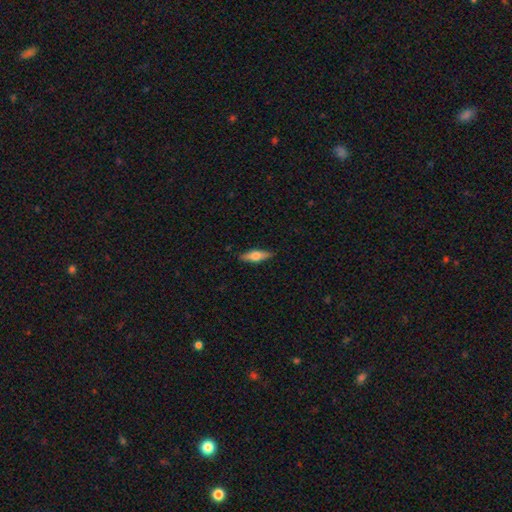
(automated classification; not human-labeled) smooth_or_featured: smooth (p=0.53) [alt: featured or disk p=0.41]
how_rounded: cigar-shaped (p=0.53) [alt: in between p=0.44]
merging: none (p=0.88) [alt: minor disturbance p=0.09]